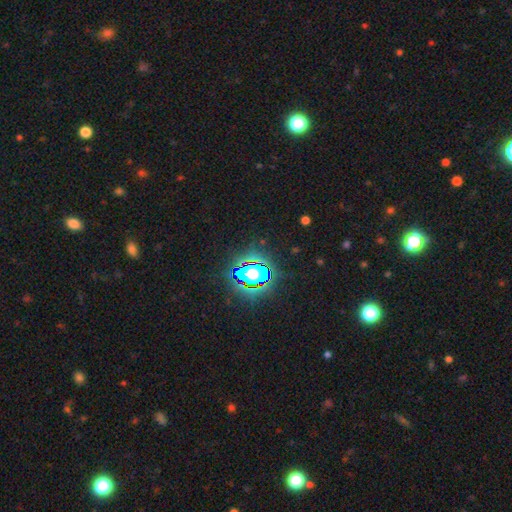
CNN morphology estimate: Smooth or featured?
  - star or artifact: 81% *
  - smooth: 12%
  - featured or disk: 7%